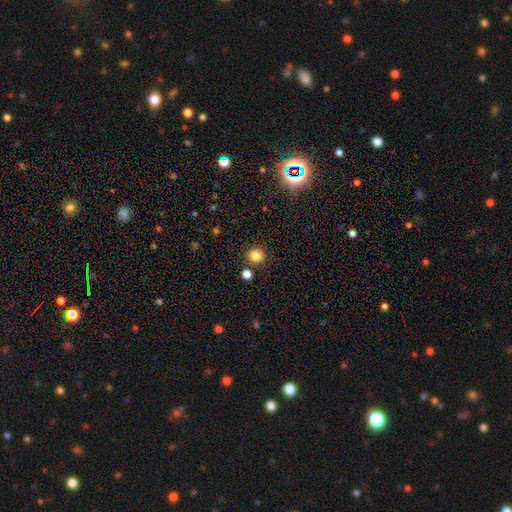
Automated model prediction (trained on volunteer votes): This is clearly a smooth galaxy (82%). How rounded: clearly round (90%). Merging: clearly none (88%).